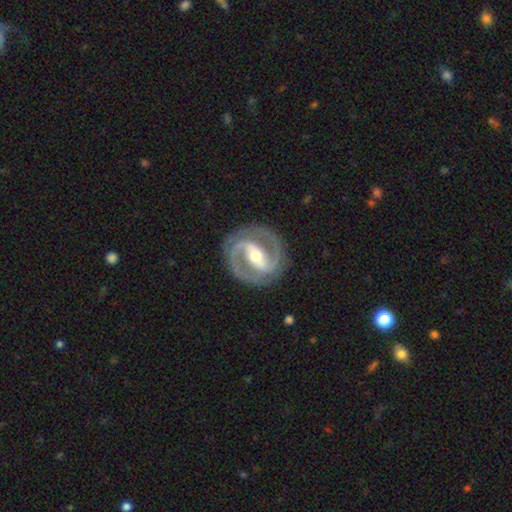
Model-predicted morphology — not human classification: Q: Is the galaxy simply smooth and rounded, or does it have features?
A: featured or disk — 92%.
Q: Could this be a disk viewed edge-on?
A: no — 97%.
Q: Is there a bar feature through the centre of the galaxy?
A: strong — 65%.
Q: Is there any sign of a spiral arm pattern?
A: yes — 97%.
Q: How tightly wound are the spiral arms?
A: tight — 48%.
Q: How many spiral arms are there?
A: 2 — 93%.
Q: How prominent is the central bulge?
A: moderate — 64%.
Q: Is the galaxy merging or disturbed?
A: none — 88%.